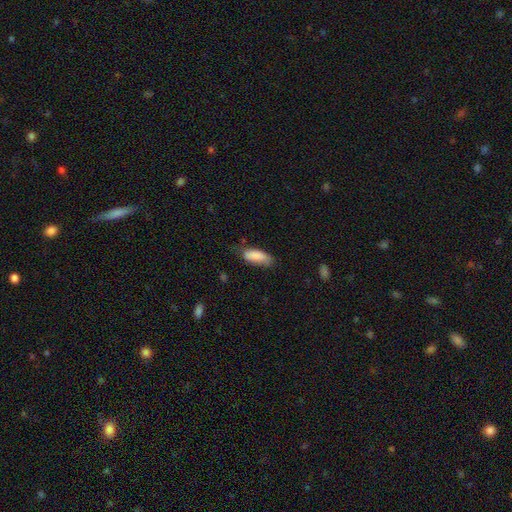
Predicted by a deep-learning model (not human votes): Smooth or featured? smooth (86%)
How rounded? in between (76%)
Merging? none (57%)